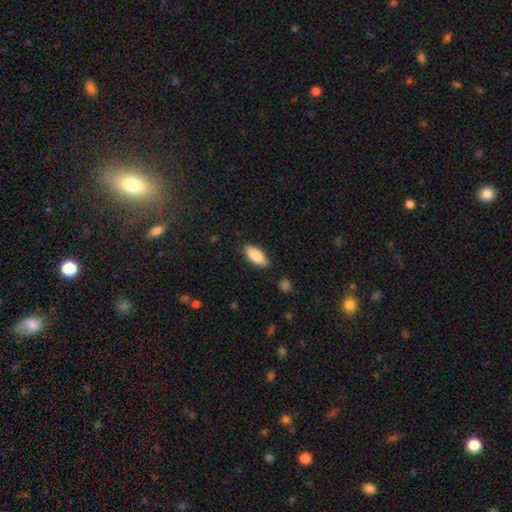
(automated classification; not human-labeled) smooth 86%, featured or disk 7%, star or artifact 6%. Down the decision tree: how rounded — in between (88%); merging — none (83%).